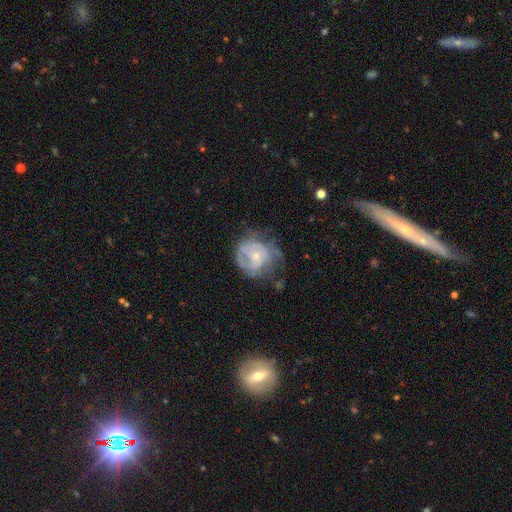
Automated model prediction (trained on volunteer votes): featured or disk 71%, smooth 22%, star or artifact 7%. Down the decision tree: edge-on disk — no (98%); bar — no (76%); spiral arms — yes (76%); spiral arm count — can't tell (44%); spiral winding — tight (51%); bulge size — small (68%); merging — none (49%).